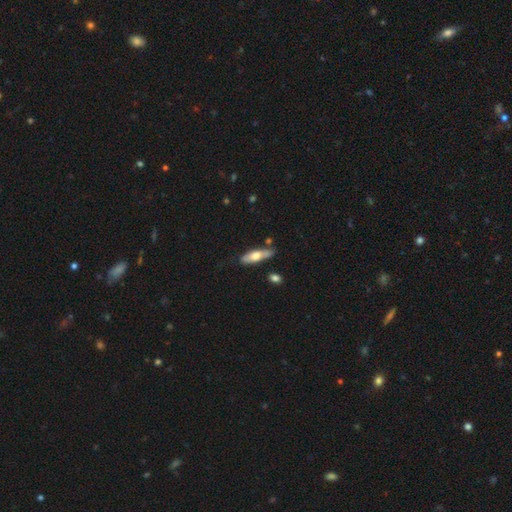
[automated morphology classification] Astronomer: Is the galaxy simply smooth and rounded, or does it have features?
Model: smooth — 58% (runner-up: featured or disk, 37%).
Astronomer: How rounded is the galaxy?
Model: cigar-shaped — 52% (runner-up: in between, 46%).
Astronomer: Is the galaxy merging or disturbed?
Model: none — 66%.